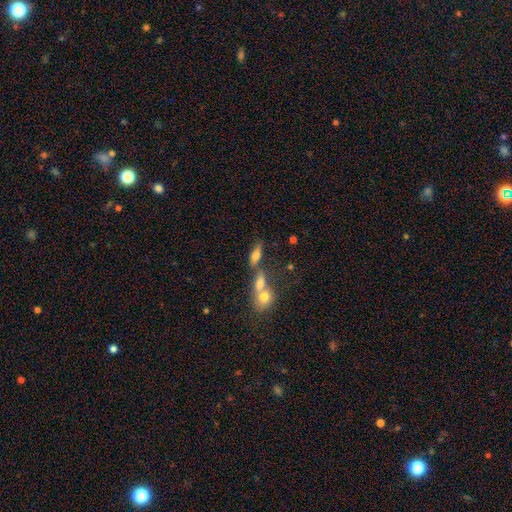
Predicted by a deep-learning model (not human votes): Smooth or featured?
  - smooth: 62% *
  - featured or disk: 25%
  - star or artifact: 12%
How rounded?
  - in between: 63% *
  - cigar-shaped: 29%
  - round: 8%
Merging?
  - none: 44% *
  - merger: 37%
  - minor disturbance: 12%
  - major disturbance: 7%